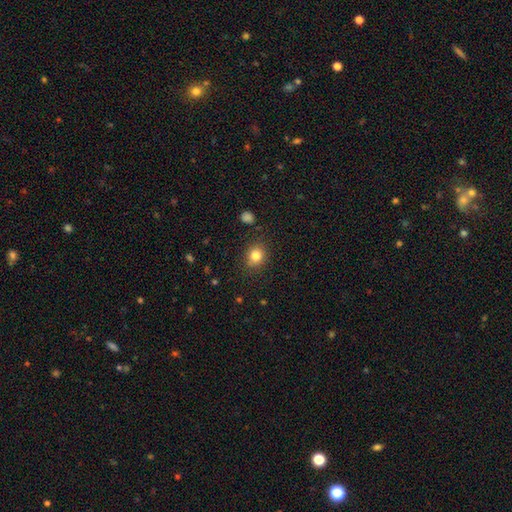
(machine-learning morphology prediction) smooth_or_featured: smooth (p=0.82) [alt: star or artifact p=0.11]
how_rounded: round (p=0.71) [alt: in between p=0.28]
merging: none (p=0.85) [alt: minor disturbance p=0.10]